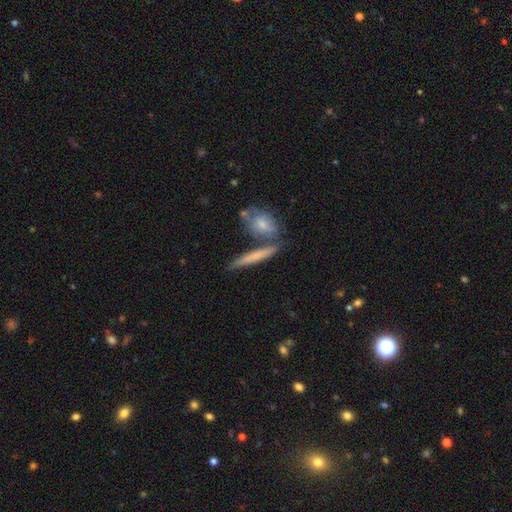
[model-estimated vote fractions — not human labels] This is possibly a smooth galaxy (55%). How rounded: clearly cigar-shaped (85%). Merging: likely none (64%).